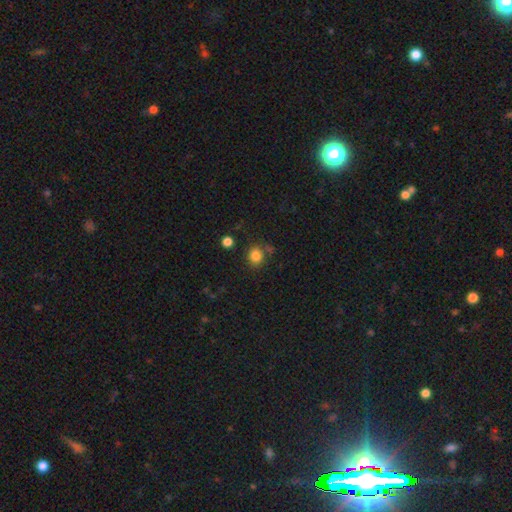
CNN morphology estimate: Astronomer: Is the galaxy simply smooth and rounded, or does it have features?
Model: smooth — 83%.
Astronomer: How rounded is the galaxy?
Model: round — 80%.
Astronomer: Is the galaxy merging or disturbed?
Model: none — 78%.